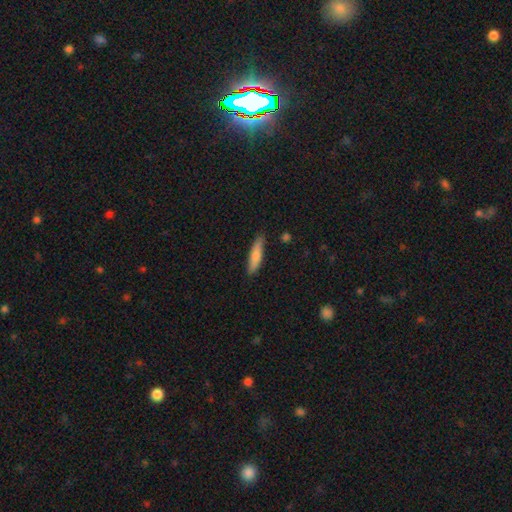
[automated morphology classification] smooth-or-featured: smooth: 76% | featured or disk: 19% | star or artifact: 6%
  how-rounded: cigar-shaped: 79% | in between: 19% | round: 2%
  merging: none: 83% | minor disturbance: 13% | major disturbance: 2% | merger: 2%